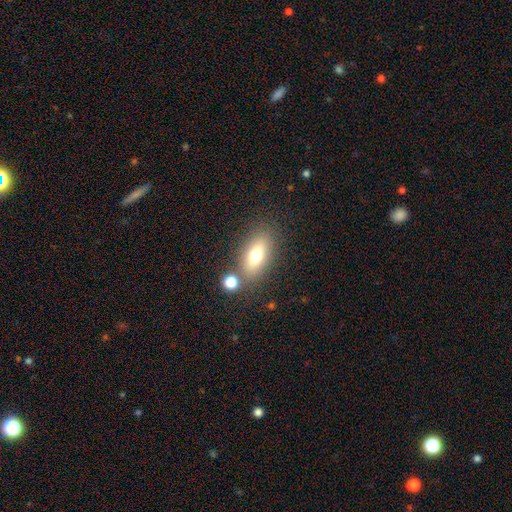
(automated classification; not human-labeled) Overall: smooth (71%). How rounded: in between (81%). Merging: none (70%).